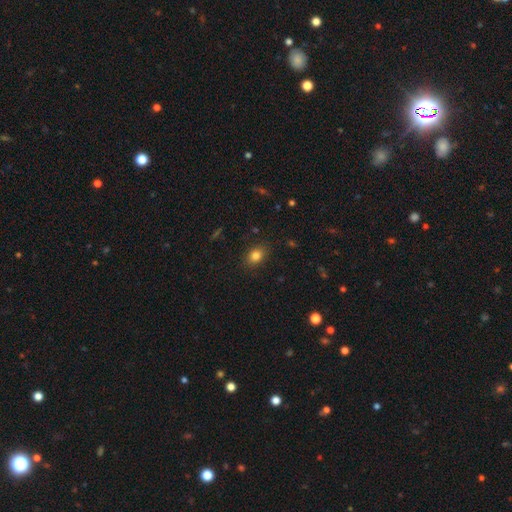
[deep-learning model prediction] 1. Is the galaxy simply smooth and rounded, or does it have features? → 82% smooth, 11% star or artifact, 7% featured or disk.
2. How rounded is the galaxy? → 65% in between, 34% round, 1% cigar-shaped.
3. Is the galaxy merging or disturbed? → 86% none, 10% minor disturbance, 3% major disturbance, 1% merger.